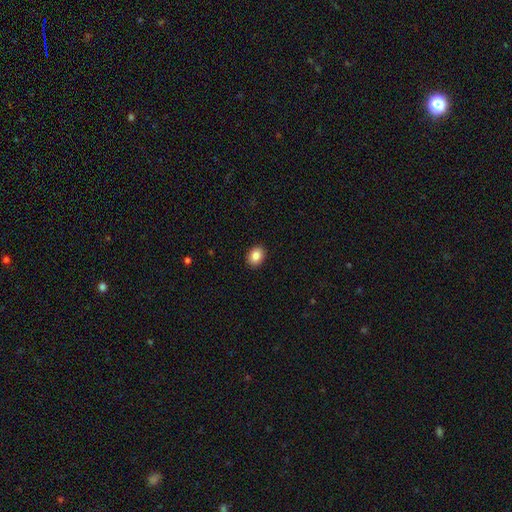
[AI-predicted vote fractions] This appears to be a smooth galaxy with no disk features (85%) that is in between round and cigar-shaped (58%). Merging: none (91%).